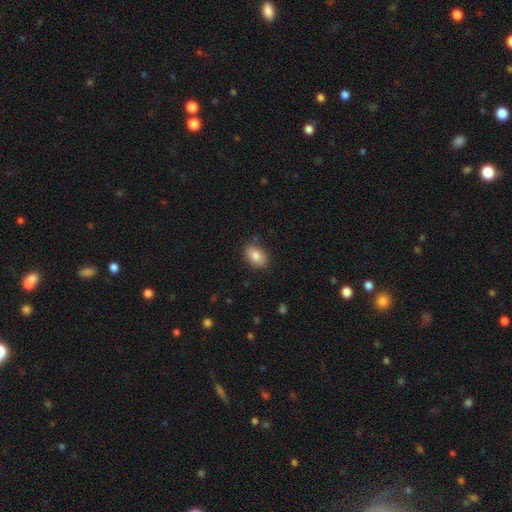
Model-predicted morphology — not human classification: smooth_or_featured: smooth (p=0.83) [alt: featured or disk p=0.09]
how_rounded: in between (p=0.84) [alt: round p=0.14]
merging: none (p=0.84) [alt: minor disturbance p=0.12]